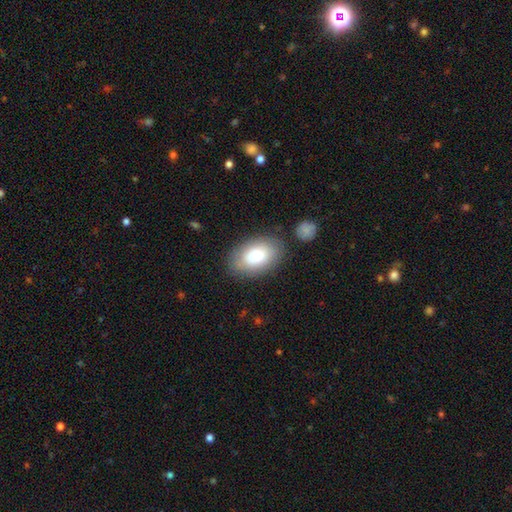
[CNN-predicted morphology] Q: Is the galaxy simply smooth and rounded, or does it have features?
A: smooth — 81%.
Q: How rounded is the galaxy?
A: in between — 92%.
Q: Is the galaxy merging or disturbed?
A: none — 79%.